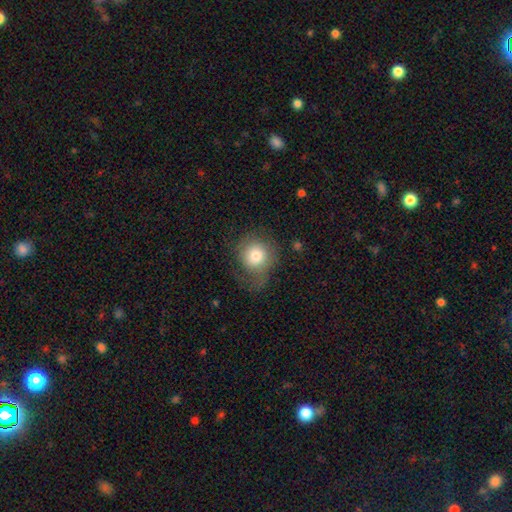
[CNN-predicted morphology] A smooth galaxy with no disk features (72%) that is round (83%).

Vote fractions:
- Smooth or featured? smooth: 72% / featured or disk: 19% / star or artifact: 9%
- How rounded? round: 83% / in between: 16% / cigar-shaped: 1%
- Merging? none: 48% / major disturbance: 25% / minor disturbance: 25% / merger: 2%